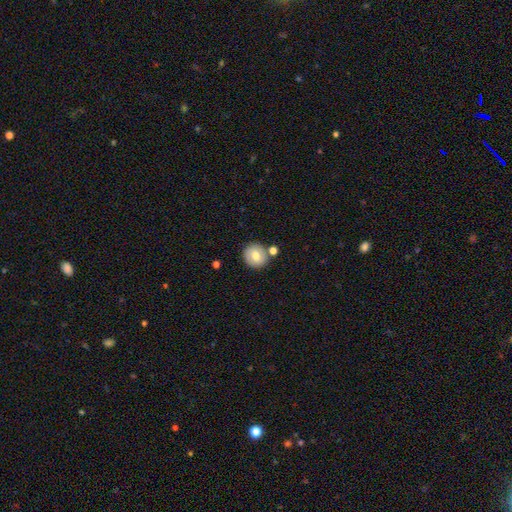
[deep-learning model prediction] Overall: smooth (69%). How rounded: round (90%). Merging: none (76%).